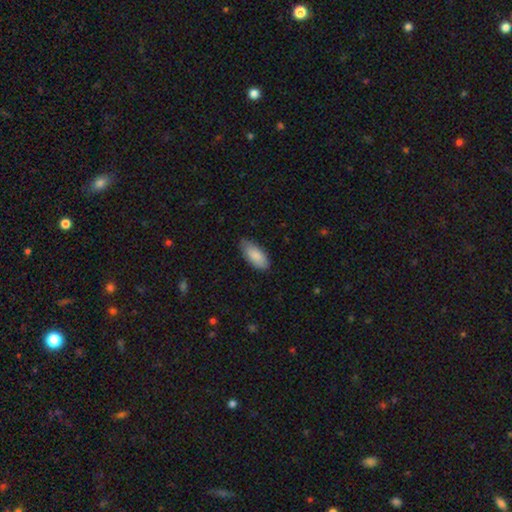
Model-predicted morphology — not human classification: Smooth or featured? smooth (87%)
How rounded? in between (88%)
Merging? none (77%)